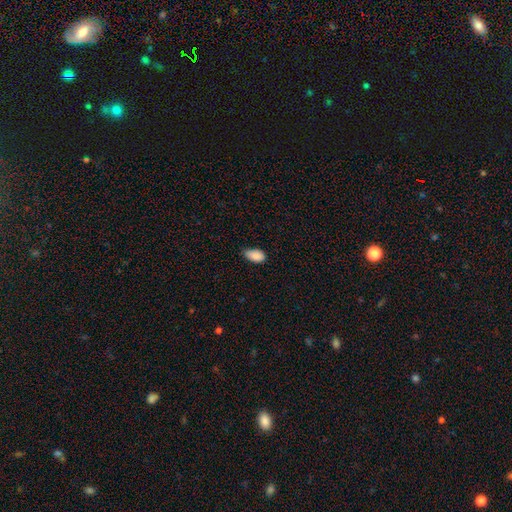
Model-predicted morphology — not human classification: Overall: smooth (88%). How rounded: in between (93%). Merging: none (58%; minor disturbance 36%).